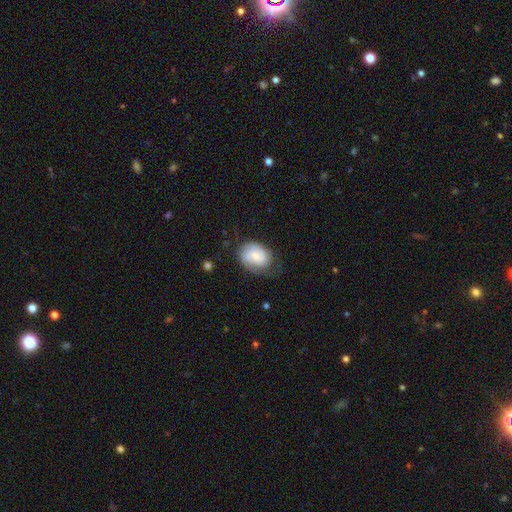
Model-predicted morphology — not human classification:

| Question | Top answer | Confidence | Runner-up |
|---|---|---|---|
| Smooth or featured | featured or disk | 54% | smooth (39%) |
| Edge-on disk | no | 97% | yes (3%) |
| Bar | no | 56% | weak (38%) |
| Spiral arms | yes | 88% | no (12%) |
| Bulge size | small | 50% | moderate (30%) |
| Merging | none | 60% | minor disturbance (26%) |